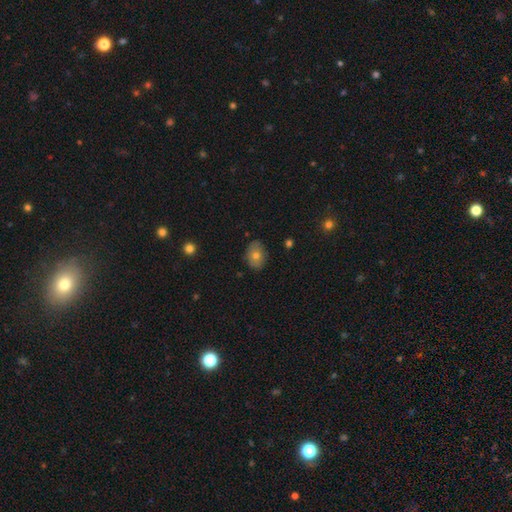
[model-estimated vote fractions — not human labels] smooth 68%, featured or disk 22%, star or artifact 10%. Down the decision tree: how rounded — in between (72%); merging — none (82%).